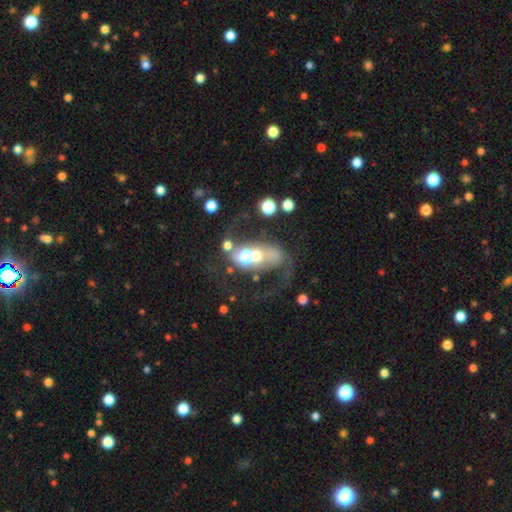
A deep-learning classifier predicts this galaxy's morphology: This appears to be a featured or disk galaxy (61%) with no bar (62%), spiral arms (67%) and a moderate central bulge (48%). Merging: merger (33%).